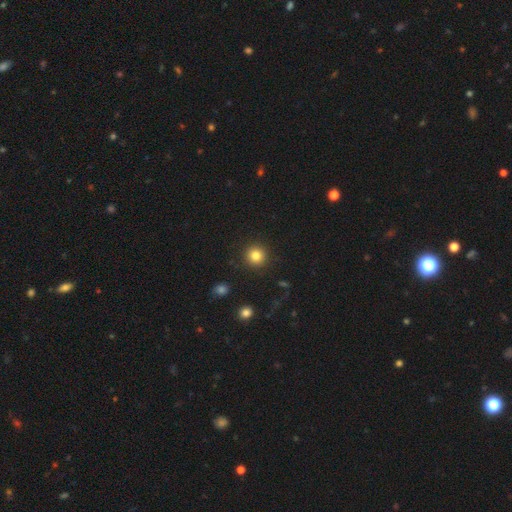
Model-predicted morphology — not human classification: Smooth or featured: smooth — 83% (star or artifact — 11%)
How rounded: round — 94% (in between — 5%)
Merging: none — 92% (minor disturbance — 5%)